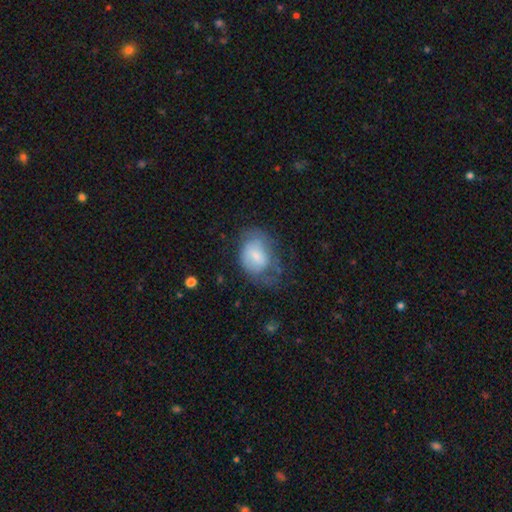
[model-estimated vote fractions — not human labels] Overall: smooth (55%; featured or disk 38%). How rounded: in between (68%; round 31%). Merging: none (37%; major disturbance 31%).